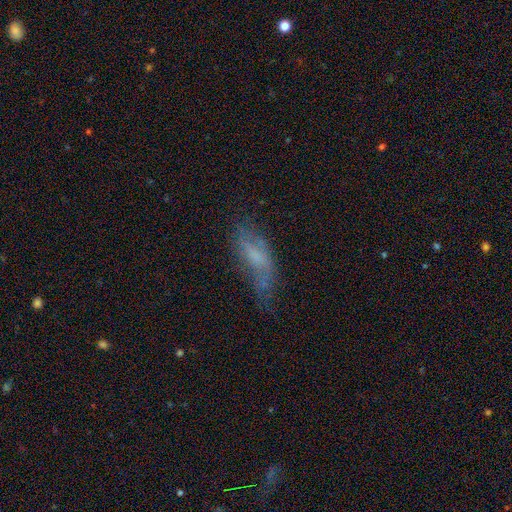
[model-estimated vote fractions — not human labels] Smooth or featured: smooth — 48% (featured or disk — 40%)
Merging: none — 43% (minor disturbance — 32%)